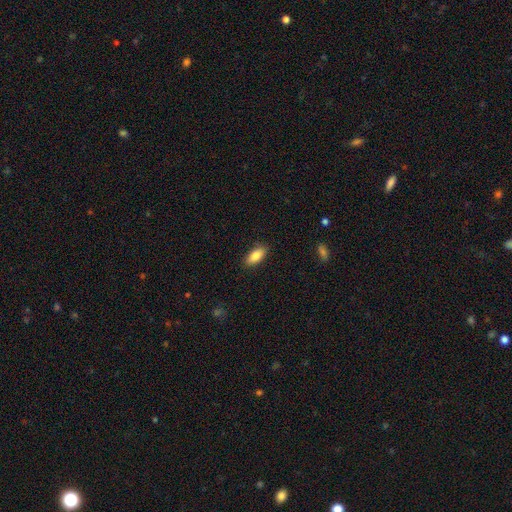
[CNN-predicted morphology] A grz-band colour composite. It shows a smooth galaxy with no disk features (85%) that is in between round and cigar-shaped (87%). Merging: none (87%).